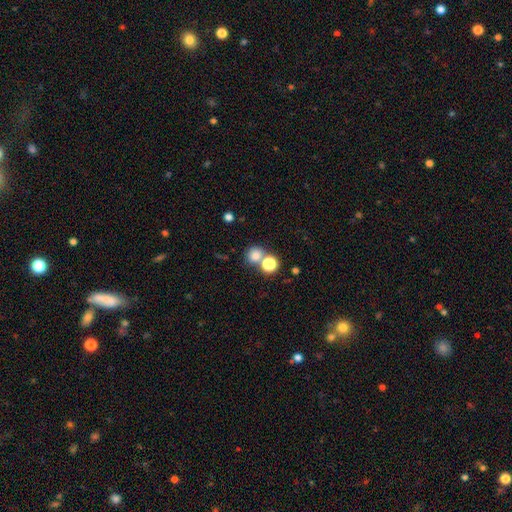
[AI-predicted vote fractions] A smooth galaxy with no disk features (77%) that is round (84%). Merging: none (55%).